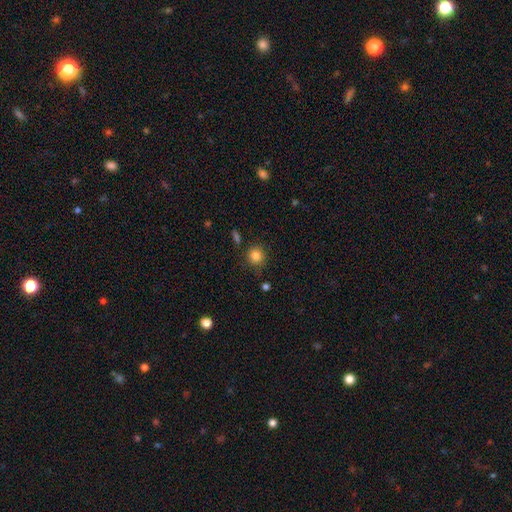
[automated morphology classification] This is clearly a smooth galaxy (84%). How rounded: clearly round (91%). Merging: clearly none (85%).